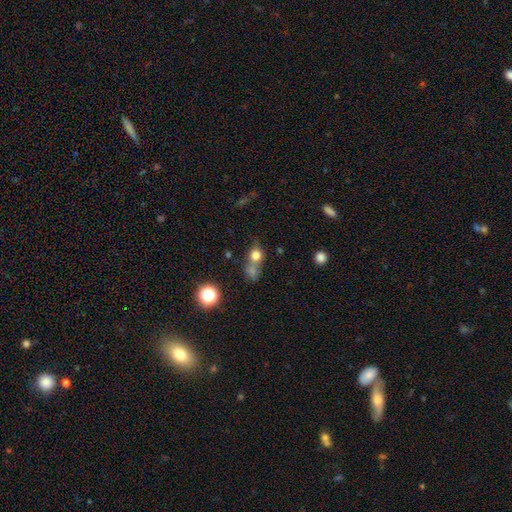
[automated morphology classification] Overall: smooth (72%). How rounded: round (75%). Merging: merger (41%; none 39%).